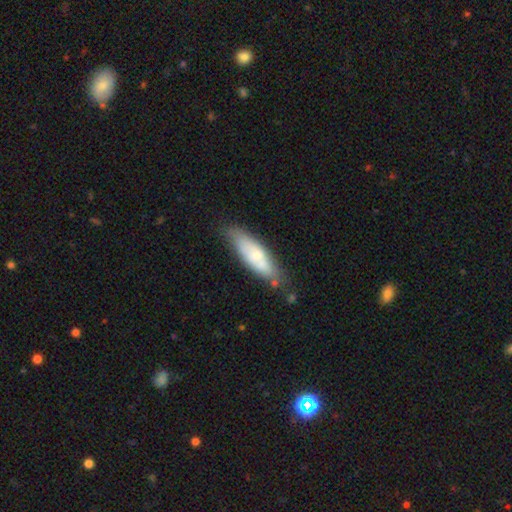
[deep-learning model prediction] The model was most divided on "how rounded": cigar-shaped: 51%, in between: 47%, round: 2%. More confident: merging — none (69%); smooth or featured — smooth (58%).